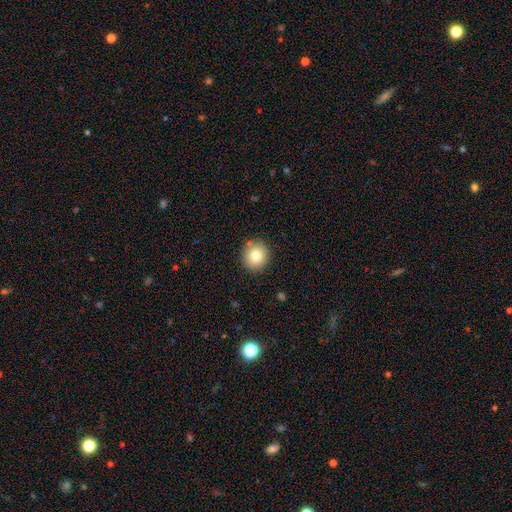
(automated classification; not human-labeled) Morphology: type=smooth (80%); roundness=round (87%); merging=none (87%).